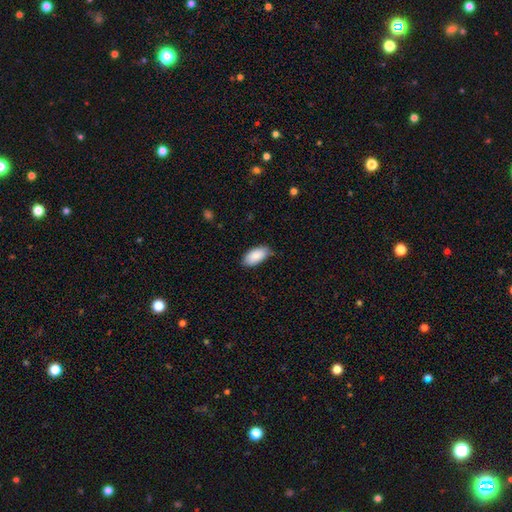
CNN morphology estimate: Smooth or featured?
  - smooth: 89% *
  - star or artifact: 6%
  - featured or disk: 5%
How rounded?
  - in between: 94% *
  - cigar-shaped: 4%
  - round: 2%
Merging?
  - none: 81% *
  - minor disturbance: 16%
  - major disturbance: 2%
  - merger: 1%